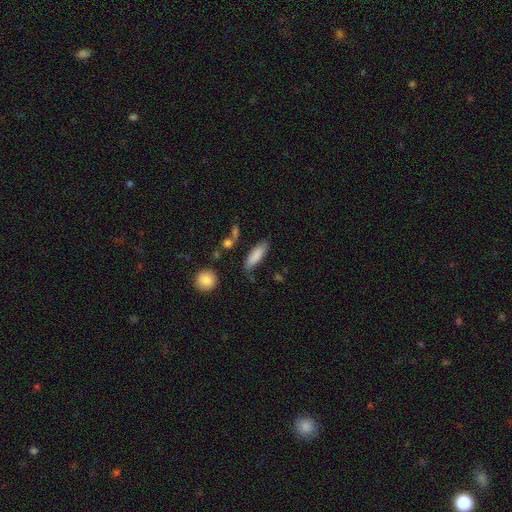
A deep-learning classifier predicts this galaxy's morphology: A smooth galaxy with no disk features (84%) that is in between round and cigar-shaped (56%).

Vote fractions:
- Smooth or featured? smooth: 84% / featured or disk: 9% / star or artifact: 7%
- How rounded? in between: 56% / cigar-shaped: 42% / round: 2%
- Merging? none: 76% / minor disturbance: 16% / merger: 4% / major disturbance: 4%